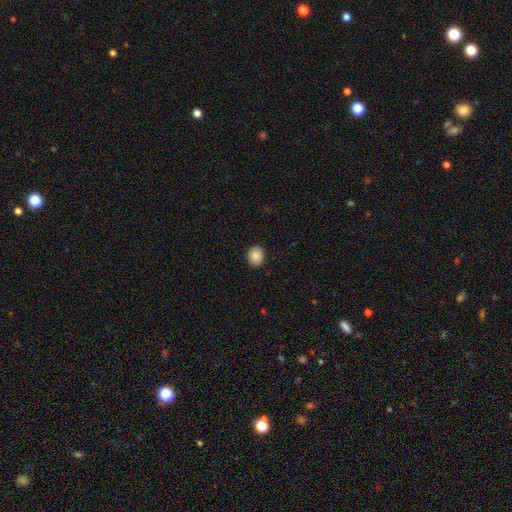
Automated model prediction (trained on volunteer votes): The model was most divided on "how rounded": round: 73%, in between: 26%, cigar-shaped: 1%. More confident: merging — none (91%); smooth or featured — smooth (87%).